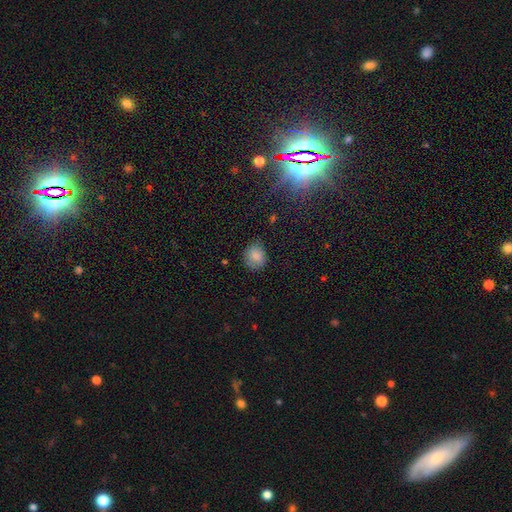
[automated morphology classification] Smooth or featured: smooth — 83% (star or artifact — 10%)
How rounded: round — 65% (in between — 34%)
Merging: none — 69% (minor disturbance — 24%)